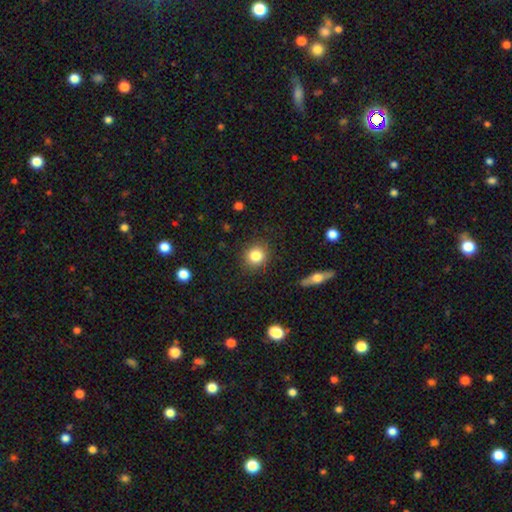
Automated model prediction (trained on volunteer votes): This is clearly a smooth galaxy (83%). How rounded: clearly round (88%). Merging: clearly none (88%).